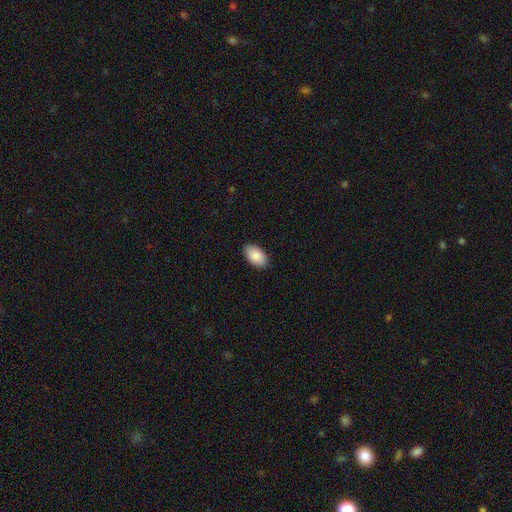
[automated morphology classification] type=smooth (89%); roundness=in between (95%); merging=none (89%).